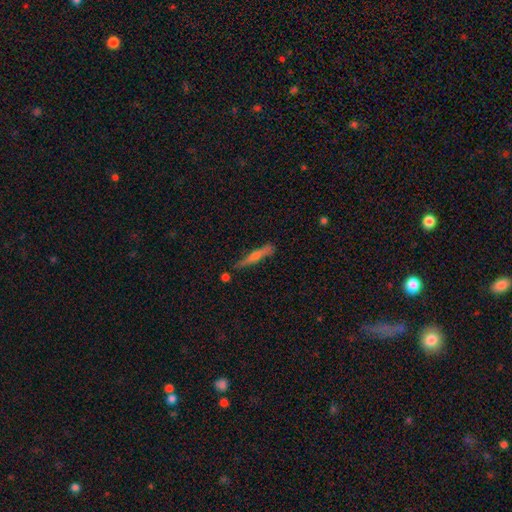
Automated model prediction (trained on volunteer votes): Smooth or featured? Predicted: featured or disk (p=0.54). Edge-on disk? Predicted: yes (p=0.94). Edge-on bulge? Predicted: rounded (p=0.74). Merging? Predicted: none (p=0.76).